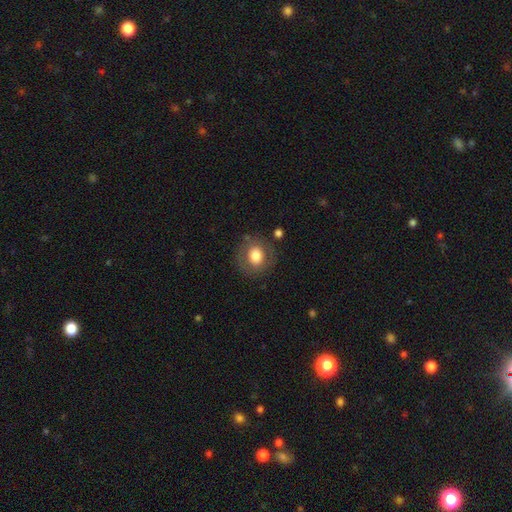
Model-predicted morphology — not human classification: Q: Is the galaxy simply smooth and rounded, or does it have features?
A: smooth — 72%.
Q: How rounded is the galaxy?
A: round — 82%.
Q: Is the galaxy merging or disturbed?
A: none — 81%.